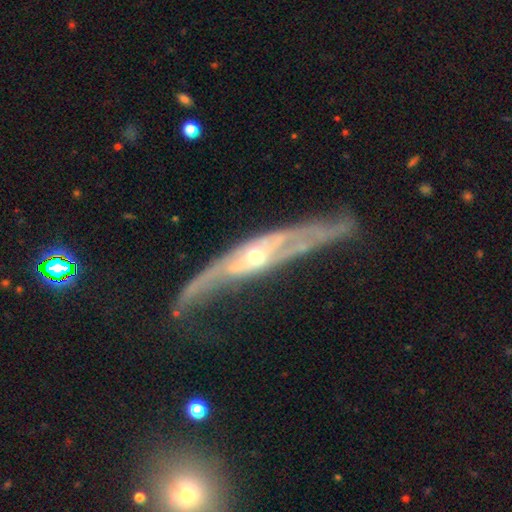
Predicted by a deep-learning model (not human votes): featured or disk 85%, smooth 10%, star or artifact 5%. Down the decision tree: edge-on disk — no (51%); merging — none (56%).